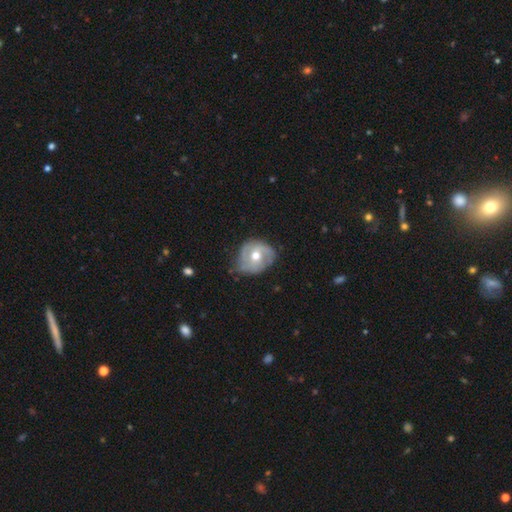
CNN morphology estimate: The model was most divided on "merging": none: 60%, minor disturbance: 30%, major disturbance: 9%, merger: 2%. More confident: edge-on disk — no (96%); bulge size — moderate (78%); spiral arms — yes (73%); bar — no (68%); smooth or featured — featured or disk (64%).